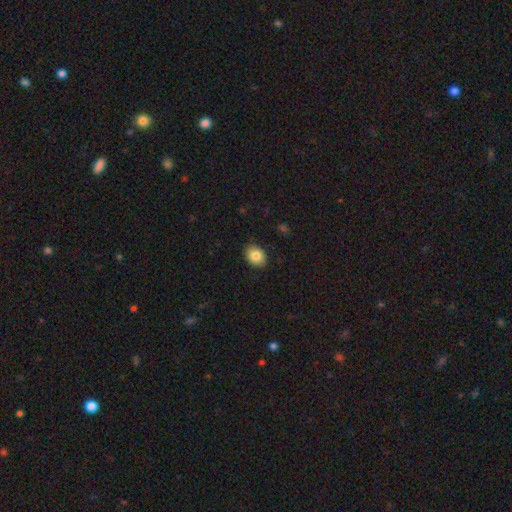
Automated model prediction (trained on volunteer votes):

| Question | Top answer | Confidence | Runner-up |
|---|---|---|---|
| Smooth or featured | smooth | 85% | star or artifact (8%) |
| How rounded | in between | 62% | round (37%) |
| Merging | none | 88% | minor disturbance (9%) |